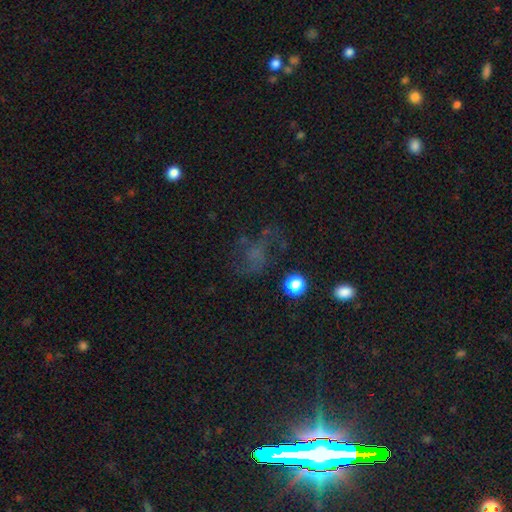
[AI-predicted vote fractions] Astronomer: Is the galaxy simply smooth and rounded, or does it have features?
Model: featured or disk — 40% (runner-up: smooth, 32%).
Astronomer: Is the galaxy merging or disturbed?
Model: none — 48% (runner-up: major disturbance, 30%).